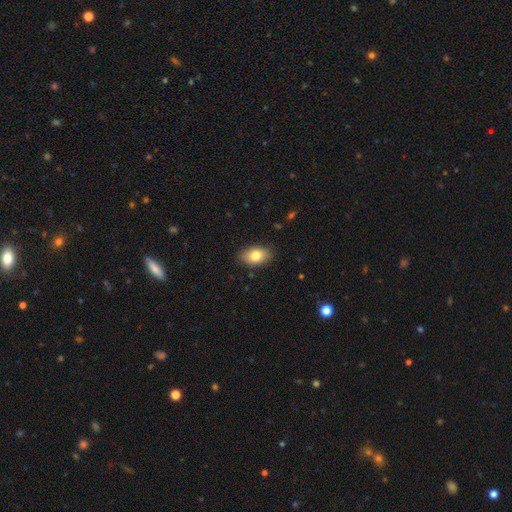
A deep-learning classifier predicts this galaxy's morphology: A smooth galaxy with no disk features (82%) that is in between round and cigar-shaped (90%). Merging: none (86%).